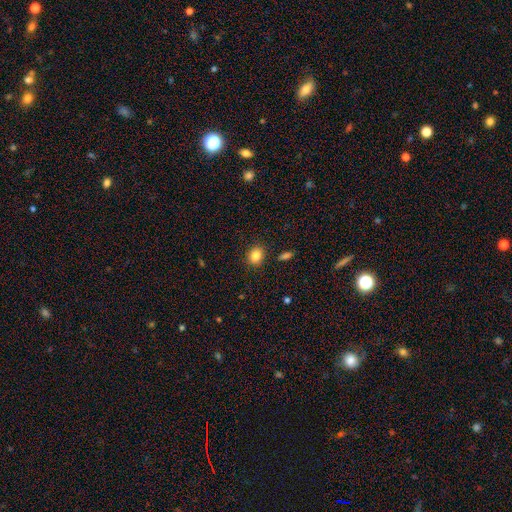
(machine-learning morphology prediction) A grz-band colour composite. It shows a smooth galaxy with no disk features (84%) that is round (64%). Merging: none (88%).